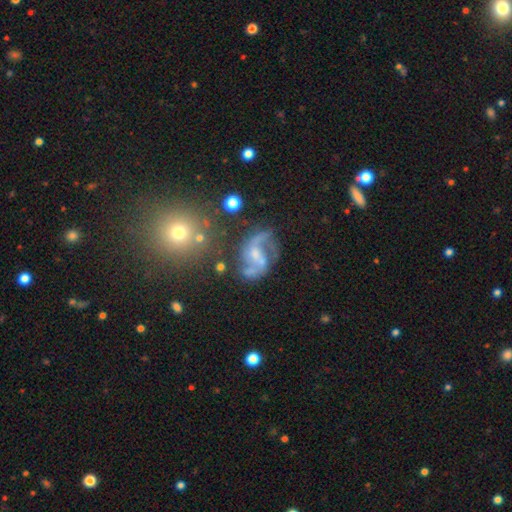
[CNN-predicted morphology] smooth_or_featured: featured or disk (p=0.81) [alt: smooth p=0.09]
disk_edge_on: no (p=0.98) [alt: yes p=0.02]
bar: weak (p=0.46) [alt: no p=0.36]
has_spiral_arms: yes (p=0.91) [alt: no p=0.09]
spiral_winding: loose (p=0.60) [alt: medium p=0.33]
spiral_arm_count: 2 (p=0.86) [alt: 1 p=0.04]
bulge_size: small (p=0.48) [alt: moderate p=0.31]
merging: none (p=0.51) [alt: major disturbance p=0.19]